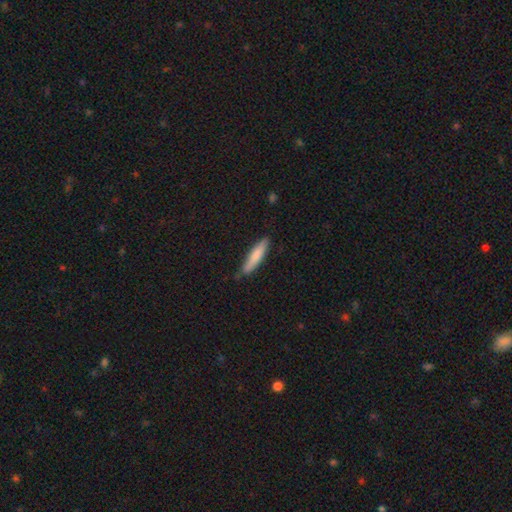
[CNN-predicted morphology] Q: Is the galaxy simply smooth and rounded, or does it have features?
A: smooth — 77%.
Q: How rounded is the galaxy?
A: cigar-shaped — 82%.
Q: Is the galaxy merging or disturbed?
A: none — 79%.